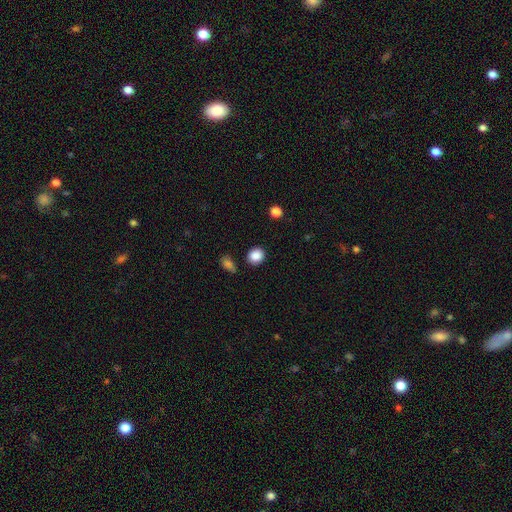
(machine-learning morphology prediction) type=smooth (88%); roundness=round (75%); merging=none (83%).